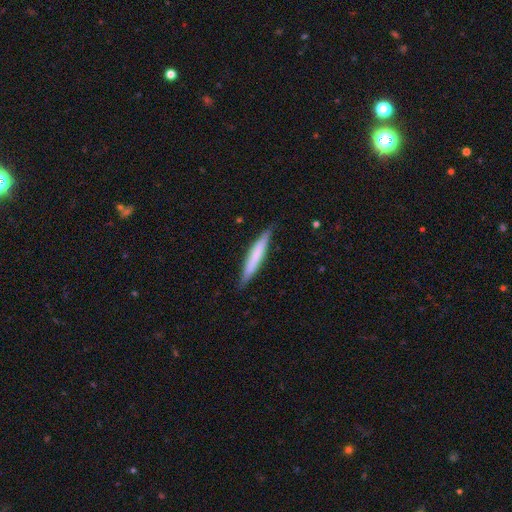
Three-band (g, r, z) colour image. It shows a smooth galaxy with no disk features (50%, tied with featured or disk) that is cigar-shaped (89%). Merging: none (84%).